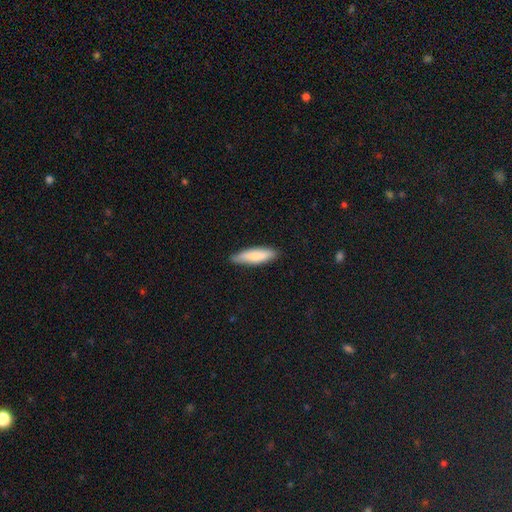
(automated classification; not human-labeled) This appears to be a smooth galaxy with no disk features (81%) that is cigar-shaped (63%). Merging: none (84%).